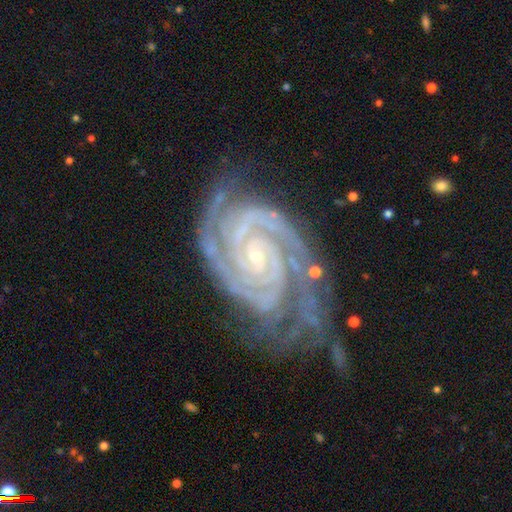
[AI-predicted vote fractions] Q: Smooth or featured?
A: featured or disk (93%); runner-up: star or artifact (4%)
Q: Edge-on disk?
A: no (98%); runner-up: yes (2%)
Q: Bar?
A: no (62%); runner-up: weak (24%)
Q: Spiral arms?
A: yes (99%); runner-up: no (1%)
Q: Spiral winding?
A: tight (81%); runner-up: medium (17%)
Q: Spiral arm count?
A: 2 (56%); runner-up: 3 (19%)
Q: Bulge size?
A: small (86%); runner-up: moderate (10%)
Q: Merging?
A: none (60%); runner-up: minor disturbance (26%)